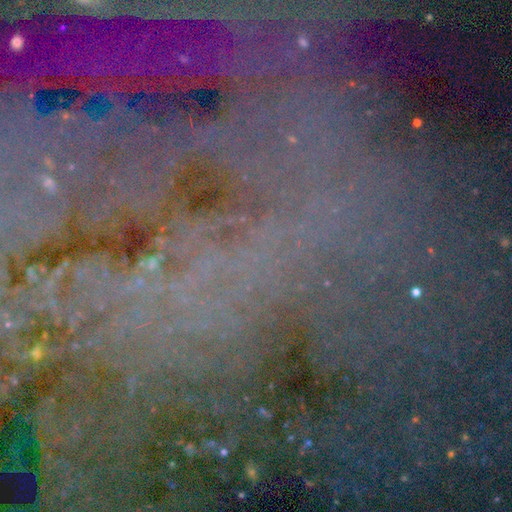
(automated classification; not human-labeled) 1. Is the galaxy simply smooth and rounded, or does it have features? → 79% star or artifact, 13% featured or disk, 9% smooth.